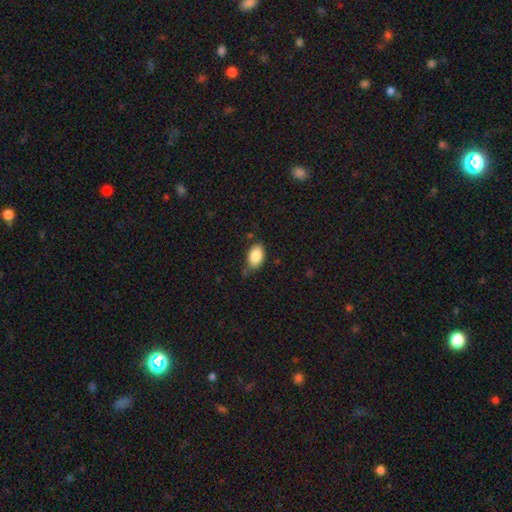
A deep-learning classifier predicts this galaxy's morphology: Smooth or featured? Predicted: smooth (p=0.86). How rounded? Predicted: in between (p=0.90). Merging? Predicted: none (p=0.67).